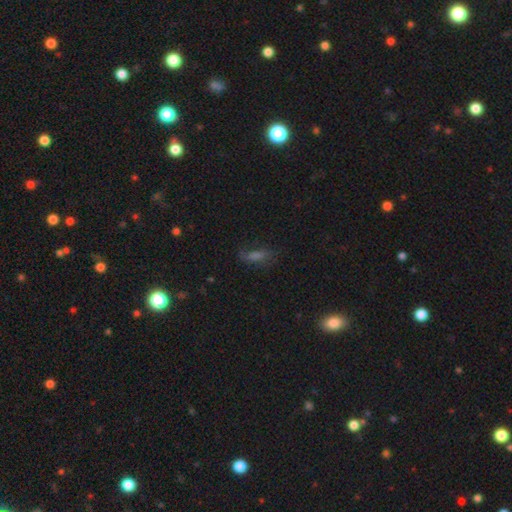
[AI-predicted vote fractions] Smooth or featured? smooth (46%)
Merging? none (60%)